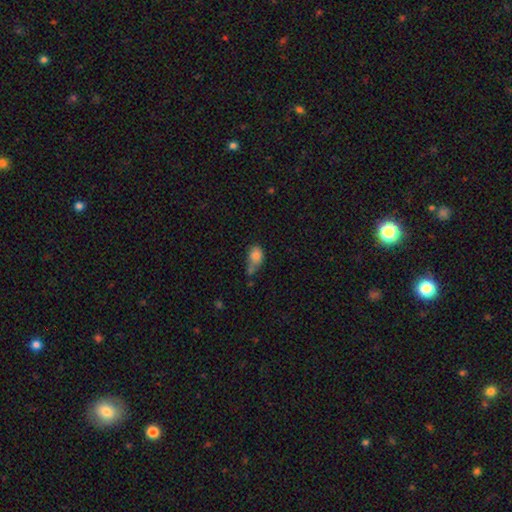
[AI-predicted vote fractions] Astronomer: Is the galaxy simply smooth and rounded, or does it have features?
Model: smooth — 81%.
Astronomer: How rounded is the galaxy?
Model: in between — 76%.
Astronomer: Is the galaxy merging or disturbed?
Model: merger — 30%, tied with none at 30%.